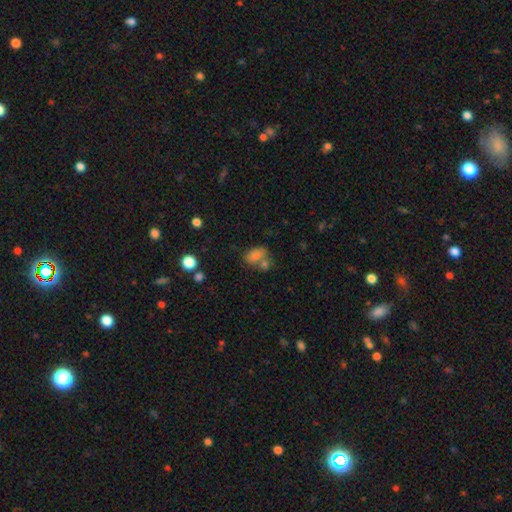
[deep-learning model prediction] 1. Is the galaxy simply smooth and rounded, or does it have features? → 73% smooth, 14% star or artifact, 13% featured or disk.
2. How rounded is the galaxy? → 73% in between, 25% round, 2% cigar-shaped.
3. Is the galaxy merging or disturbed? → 45% none, 38% merger, 12% minor disturbance, 5% major disturbance.